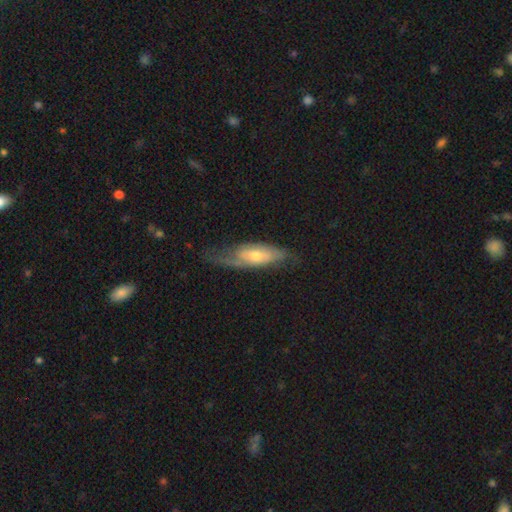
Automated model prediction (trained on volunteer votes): A featured or disk galaxy (63%).

Vote fractions:
- Smooth or featured? featured or disk: 63% / smooth: 31% / star or artifact: 6%
- Edge-on disk? no: 76% / yes: 24%
- Merging? none: 53% / minor disturbance: 27% / major disturbance: 18% / merger: 2%